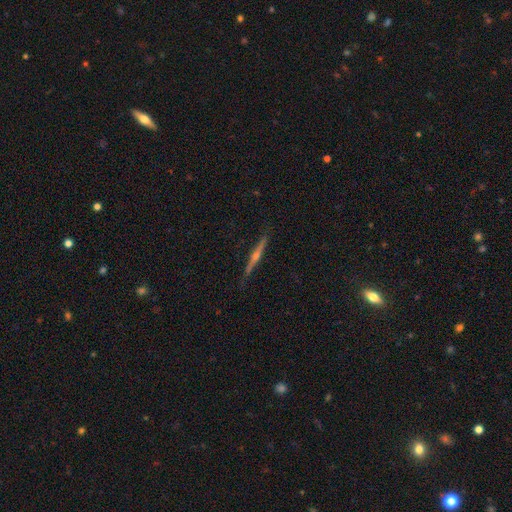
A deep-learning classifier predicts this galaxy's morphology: This is clearly a featured or disk galaxy (80%). It is clearly viewed edge-on (98%). Edge-on bulge: clearly rounded (86%). Merging: clearly none (89%).